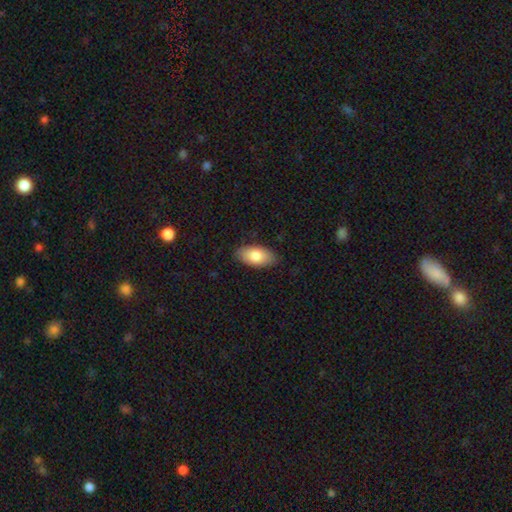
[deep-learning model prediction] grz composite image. It shows a smooth galaxy with no disk features (83%) that is in between round and cigar-shaped (93%). Merging: none (83%).